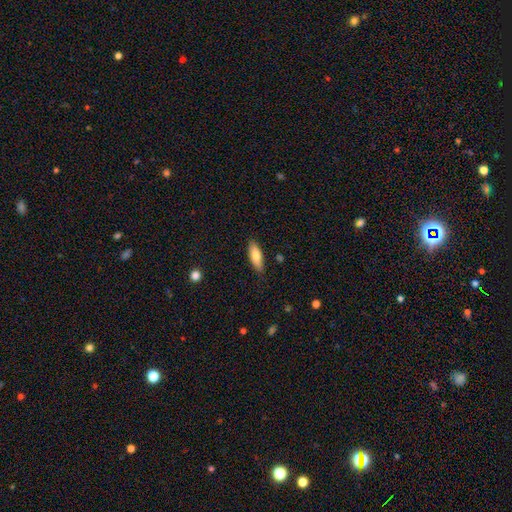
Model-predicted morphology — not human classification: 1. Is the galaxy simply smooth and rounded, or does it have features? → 76% smooth, 18% featured or disk, 6% star or artifact.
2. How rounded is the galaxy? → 58% in between, 40% cigar-shaped, 2% round.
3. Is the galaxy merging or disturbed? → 85% none, 12% minor disturbance, 2% major disturbance, 1% merger.